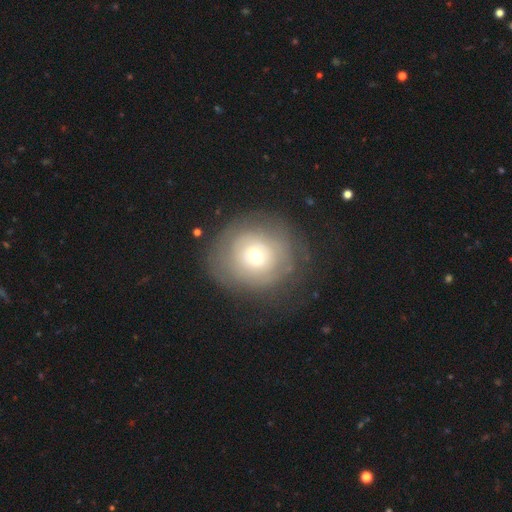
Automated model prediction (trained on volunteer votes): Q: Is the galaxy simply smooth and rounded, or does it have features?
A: featured or disk — 47%.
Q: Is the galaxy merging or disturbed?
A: none — 71%.